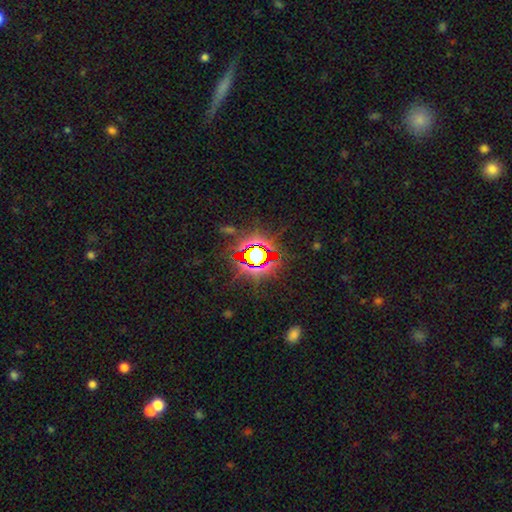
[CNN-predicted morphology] type=star or artifact (79%).